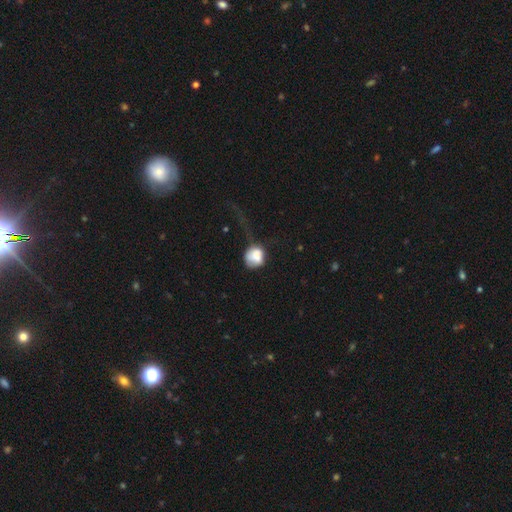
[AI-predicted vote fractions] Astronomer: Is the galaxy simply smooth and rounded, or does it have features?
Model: smooth — 73%.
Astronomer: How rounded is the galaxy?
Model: round — 68%.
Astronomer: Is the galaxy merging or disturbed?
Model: major disturbance — 42% (runner-up: none, 26%).